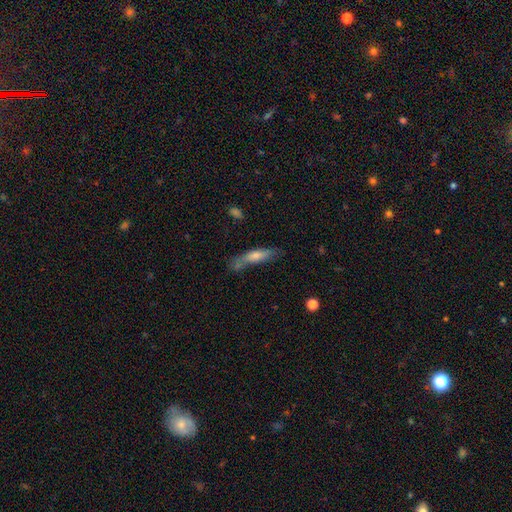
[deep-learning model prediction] This is likely a smooth galaxy (67%). How rounded: likely cigar-shaped (72%). Merging: possibly none (50%).